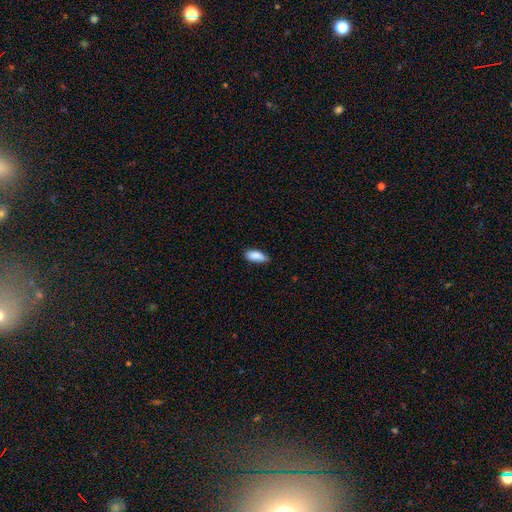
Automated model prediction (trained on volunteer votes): smooth 87%, star or artifact 7%, featured or disk 6%. Down the decision tree: how rounded — in between (80%); merging — none (63%).